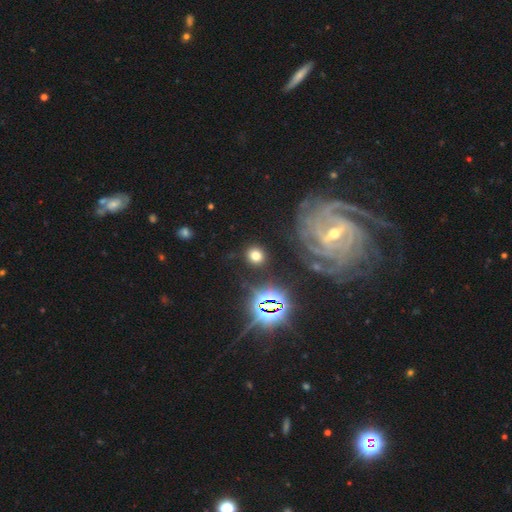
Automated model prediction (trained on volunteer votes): A smooth galaxy with no disk features (65%) that is round (85%). Merging: none (87%).